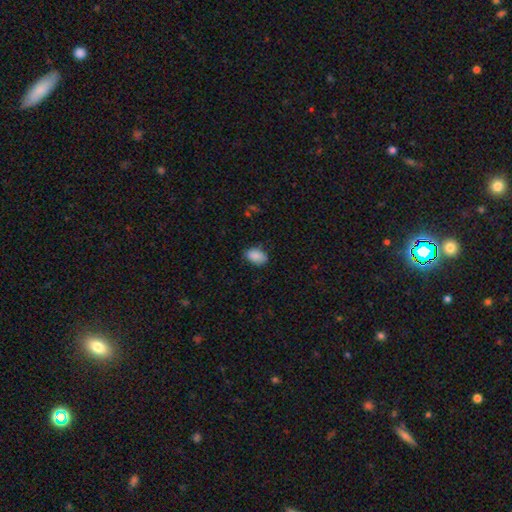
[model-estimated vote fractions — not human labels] Smooth or featured? Predicted: smooth (p=0.88). How rounded? Predicted: in between (p=0.89). Merging? Predicted: none (p=0.77).